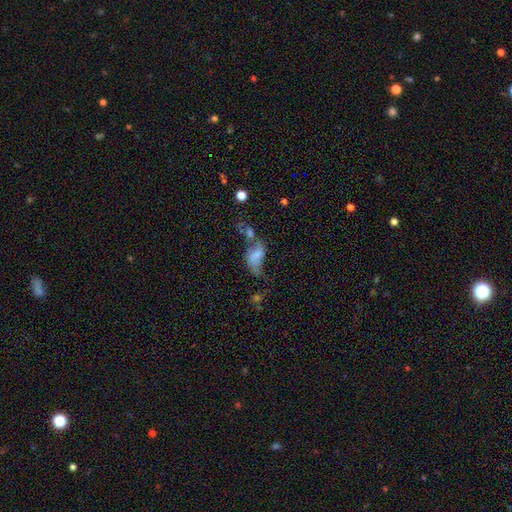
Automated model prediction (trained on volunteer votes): smooth-or-featured: smooth: 53% | featured or disk: 34% | star or artifact: 13%
  how-rounded: in between: 89% | round: 7% | cigar-shaped: 4%
  merging: merger: 33% | major disturbance: 28% | none: 21% | minor disturbance: 18%